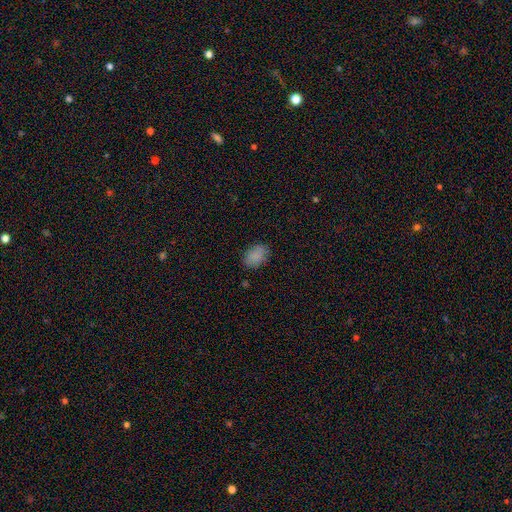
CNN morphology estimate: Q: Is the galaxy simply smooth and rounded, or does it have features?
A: smooth — 85%.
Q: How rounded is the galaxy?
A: in between — 83%.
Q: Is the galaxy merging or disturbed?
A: none — 80%.